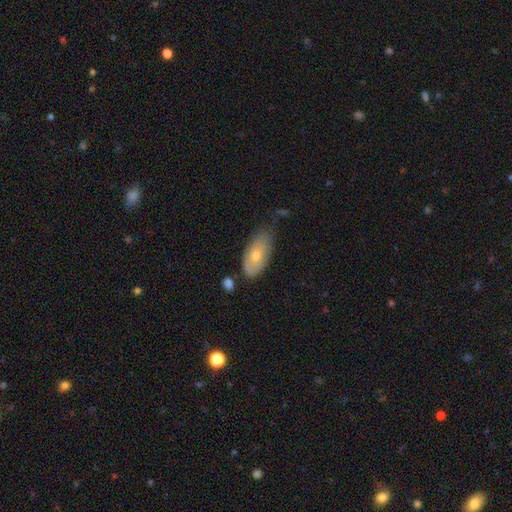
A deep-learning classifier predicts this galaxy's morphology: A smooth galaxy with no disk features (62%) that is in between round and cigar-shaped (88%). Merging: none (54%).